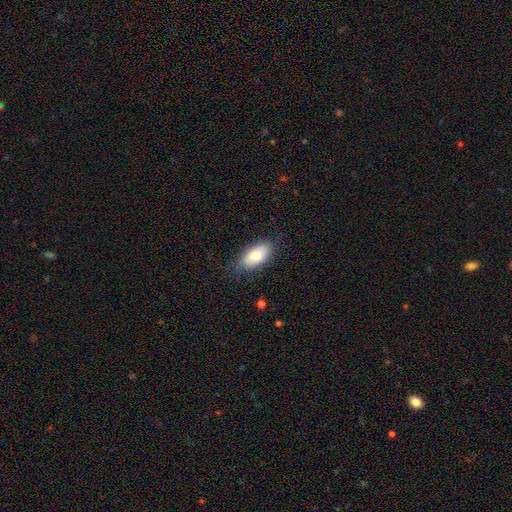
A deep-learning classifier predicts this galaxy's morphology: smooth_or_featured: smooth (p=0.78) [alt: featured or disk p=0.15]
how_rounded: in between (p=0.92) [alt: cigar-shaped p=0.05]
merging: none (p=0.78) [alt: minor disturbance p=0.17]